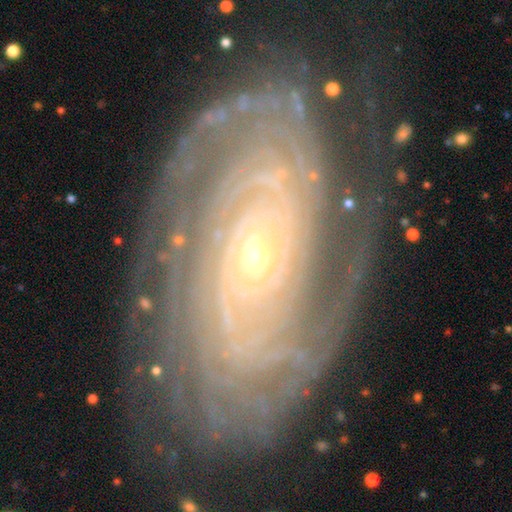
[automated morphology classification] Smooth or featured? Predicted: featured or disk (p=0.87). Edge-on disk? Predicted: no (p=0.95). Bar? Predicted: no (p=0.74). Spiral arms? Predicted: yes (p=0.96). Spiral winding? Predicted: tight (p=0.77). Spiral arm count? Predicted: can't tell (p=0.30). Bulge size? Predicted: small (p=0.83). Merging? Predicted: none (p=0.78).